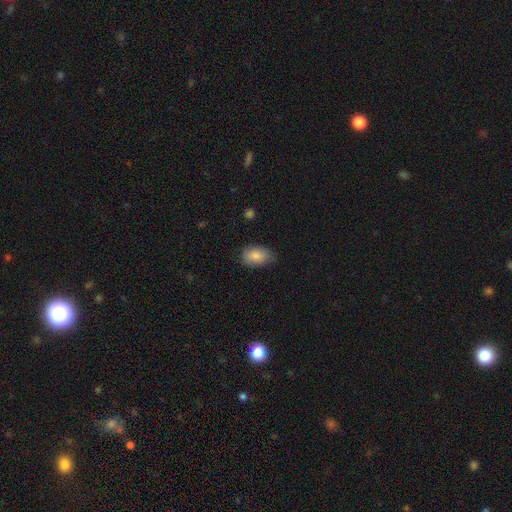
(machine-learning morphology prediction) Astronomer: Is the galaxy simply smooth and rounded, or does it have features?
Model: smooth — 85%.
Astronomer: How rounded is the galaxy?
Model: in between — 88%.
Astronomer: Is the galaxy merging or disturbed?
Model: none — 75%.